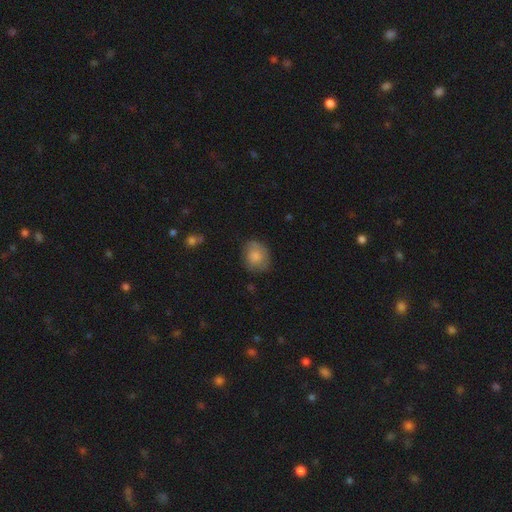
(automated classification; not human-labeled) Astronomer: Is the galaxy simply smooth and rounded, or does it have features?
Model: smooth — 73%.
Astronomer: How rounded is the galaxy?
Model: round — 57% (runner-up: in between, 42%).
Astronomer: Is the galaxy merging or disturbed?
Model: none — 68%.